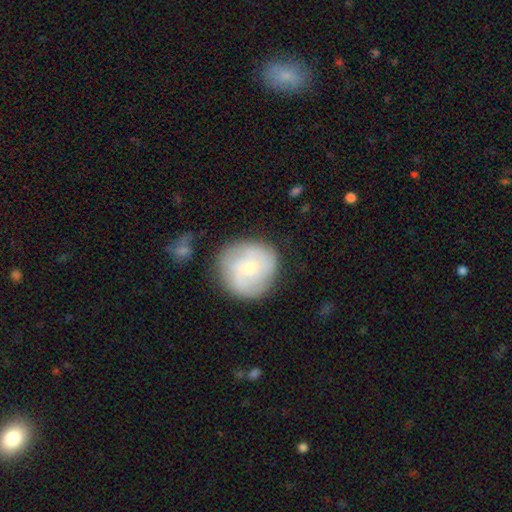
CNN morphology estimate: Overall: smooth (48%; featured or disk 45%). Merging: none (71%).